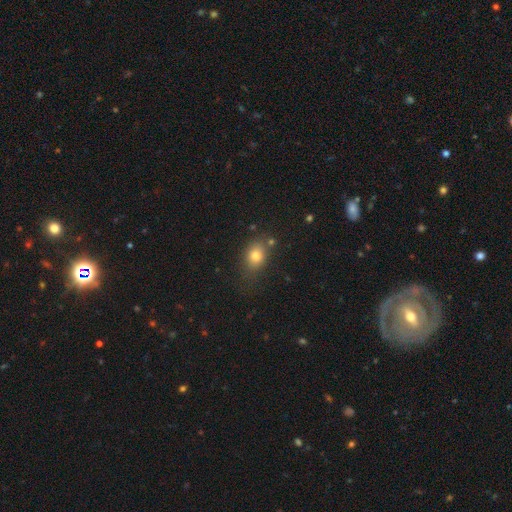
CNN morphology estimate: Overall: smooth (79%). How rounded: in between (61%; round 37%). Merging: none (71%).